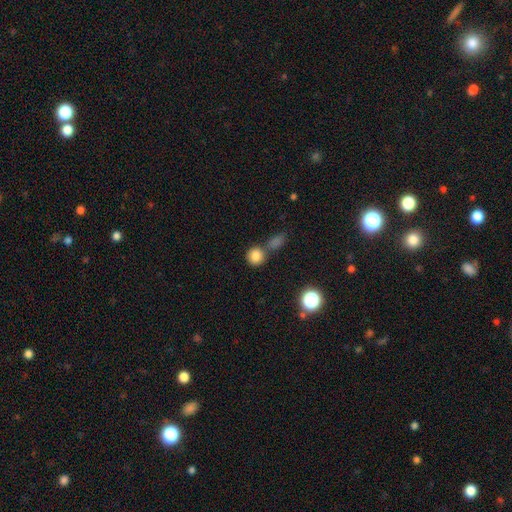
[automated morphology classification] Q: Smooth or featured?
A: smooth (82%); runner-up: star or artifact (12%)
Q: How rounded?
A: round (86%); runner-up: in between (12%)
Q: Merging?
A: none (58%); runner-up: merger (29%)